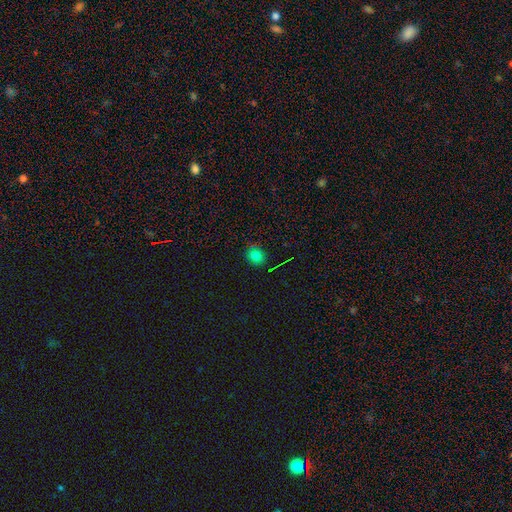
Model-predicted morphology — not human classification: This appears to be a smooth galaxy with no disk features (77%) that is round (72%). Merging: none (82%).